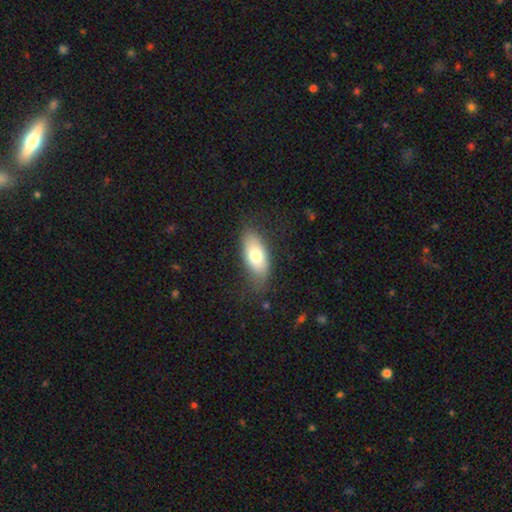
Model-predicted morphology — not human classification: smooth-or-featured: smooth: 73% | featured or disk: 20% | star or artifact: 7%
  how-rounded: in between: 86% | cigar-shaped: 11% | round: 4%
  merging: none: 75% | minor disturbance: 18% | major disturbance: 6% | merger: 1%